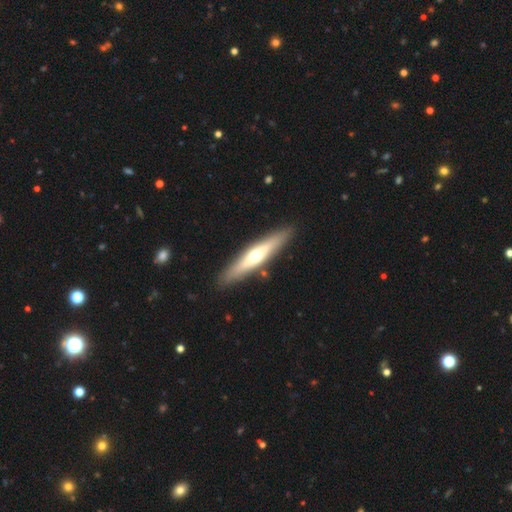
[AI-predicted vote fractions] Smooth or featured? Predicted: featured or disk (p=0.53). Edge-on disk? Predicted: yes (p=0.84). Merging? Predicted: none (p=0.88).